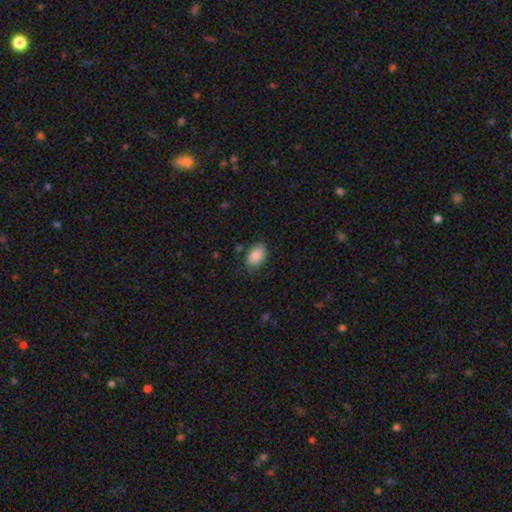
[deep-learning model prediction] This is clearly a smooth galaxy (88%). How rounded: clearly in between (88%). Merging: likely none (77%).